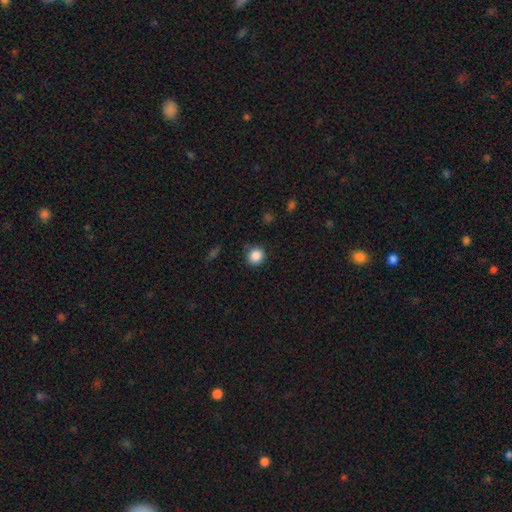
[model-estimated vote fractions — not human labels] Smooth or featured? smooth (86%)
How rounded? round (87%)
Merging? none (83%)